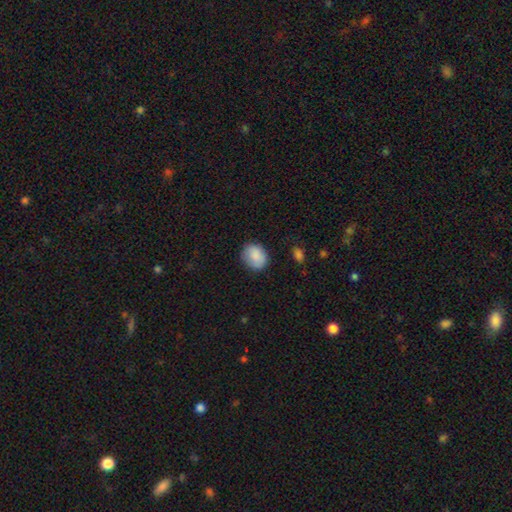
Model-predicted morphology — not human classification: Smooth or featured?
  - smooth: 85% *
  - star or artifact: 7%
  - featured or disk: 7%
How rounded?
  - round: 58% *
  - in between: 41%
  - cigar-shaped: 1%
Merging?
  - none: 76% *
  - minor disturbance: 19%
  - major disturbance: 4%
  - merger: 1%